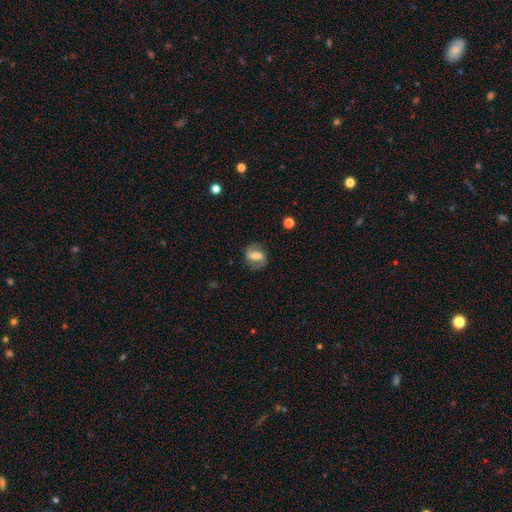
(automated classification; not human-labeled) Q: Smooth or featured?
A: featured or disk (48%); runner-up: smooth (44%)
Q: Merging?
A: none (74%); runner-up: minor disturbance (17%)